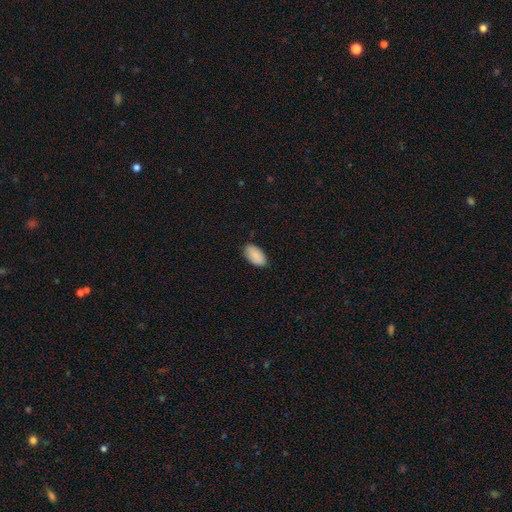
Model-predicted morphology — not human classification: Smooth or featured? smooth (84%)
How rounded? in between (95%)
Merging? none (85%)